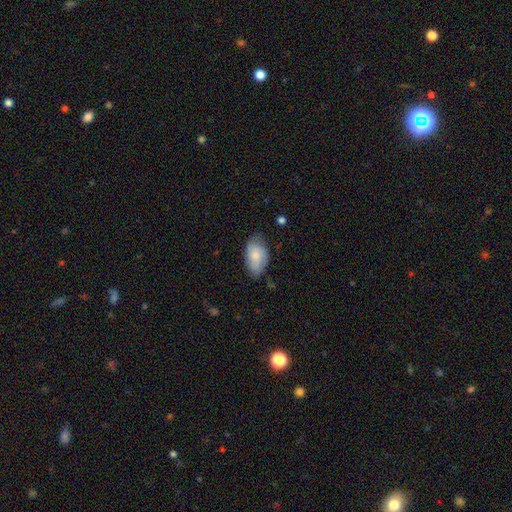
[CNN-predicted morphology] Smooth or featured? smooth (72%)
How rounded? in between (93%)
Merging? none (65%)